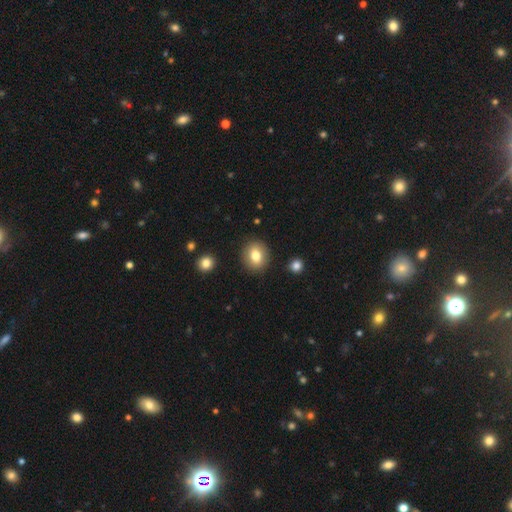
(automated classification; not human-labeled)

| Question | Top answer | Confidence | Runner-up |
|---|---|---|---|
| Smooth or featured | smooth | 79% | featured or disk (12%) |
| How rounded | round | 64% | in between (35%) |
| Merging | none | 88% | minor disturbance (7%) |